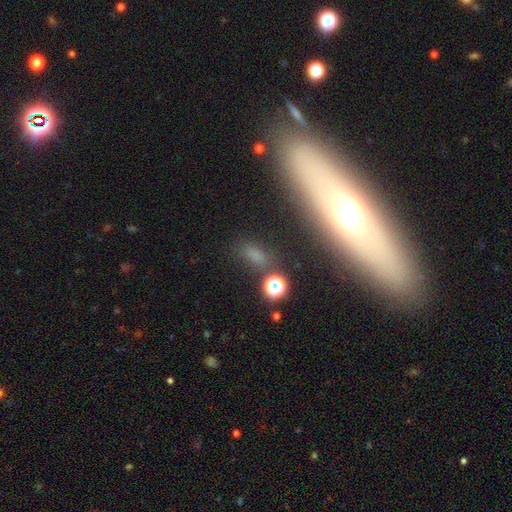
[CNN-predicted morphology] type=smooth (58%); roundness=in between (69%); merging=none (78%).